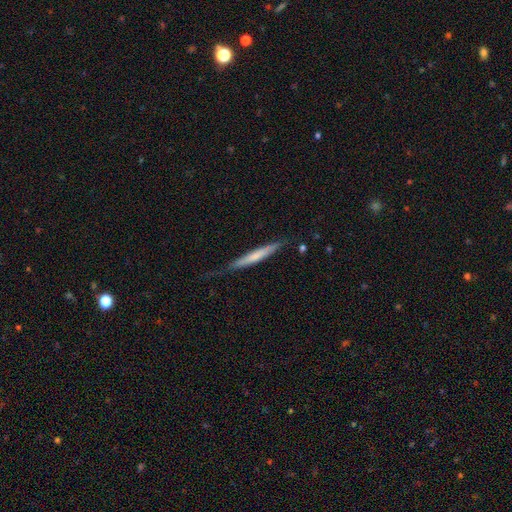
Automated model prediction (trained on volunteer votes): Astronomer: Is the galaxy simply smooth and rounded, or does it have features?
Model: smooth — 54% (runner-up: featured or disk, 41%).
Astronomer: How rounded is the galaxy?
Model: cigar-shaped — 95%.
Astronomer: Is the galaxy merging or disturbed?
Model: none — 66%.